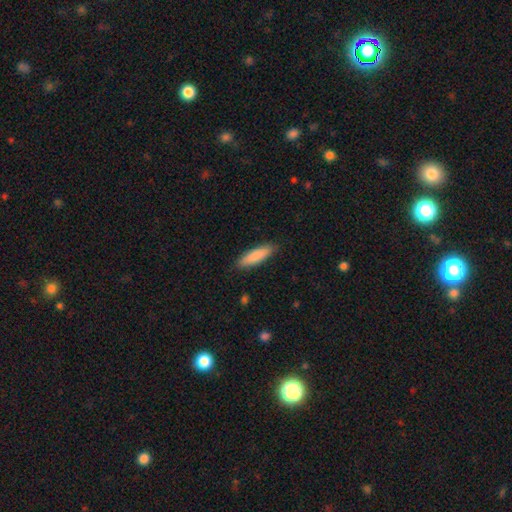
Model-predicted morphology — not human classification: Overall: smooth (84%). How rounded: cigar-shaped (60%; in between 38%). Merging: none (88%).